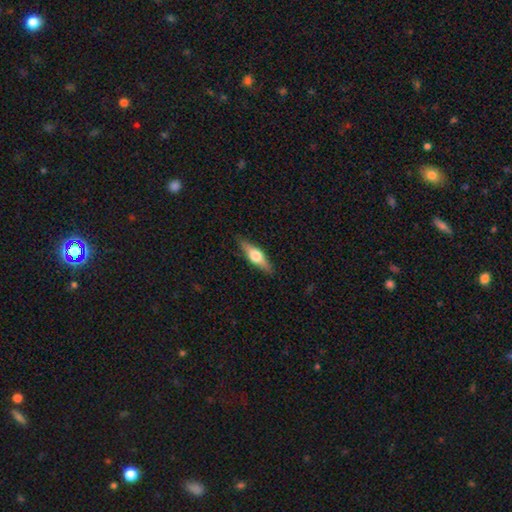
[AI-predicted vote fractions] A featured or disk galaxy (56%) viewed edge-on (94%) with a rounded central bulge (95%).

Vote fractions:
- Smooth or featured? featured or disk: 56% / smooth: 38% / star or artifact: 6%
- Edge-on disk? yes: 94% / no: 6%
- Edge-on bulge? rounded: 95% / boxy: 4% / none: 2%
- Merging? none: 89% / minor disturbance: 8% / major disturbance: 2% / merger: 1%